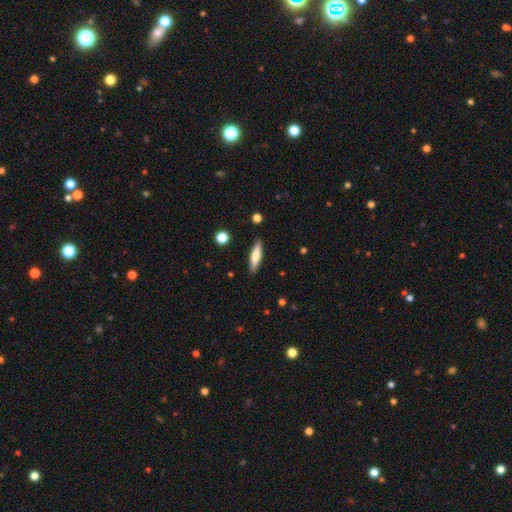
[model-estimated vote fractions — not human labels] A smooth galaxy with no disk features (71%) that is cigar-shaped (72%). Merging: none (88%).